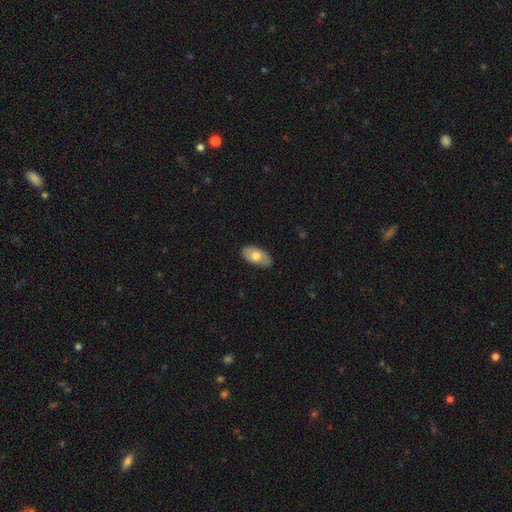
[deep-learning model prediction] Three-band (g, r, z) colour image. It shows a smooth galaxy with no disk features (68%) that is in between round and cigar-shaped (94%). Merging: none (85%).